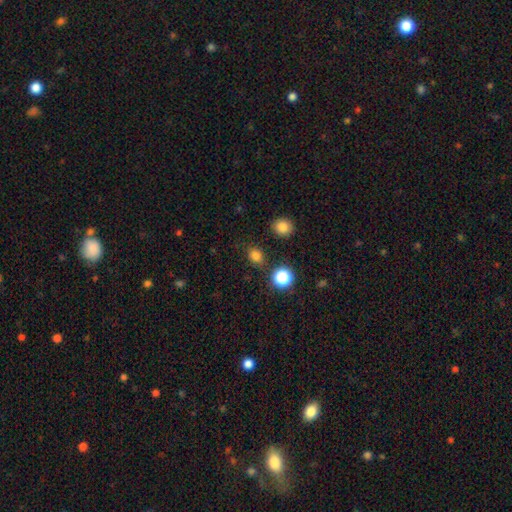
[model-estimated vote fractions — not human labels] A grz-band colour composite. It shows a smooth galaxy with no disk features (78%) that is round (64%). Merging: none (83%).